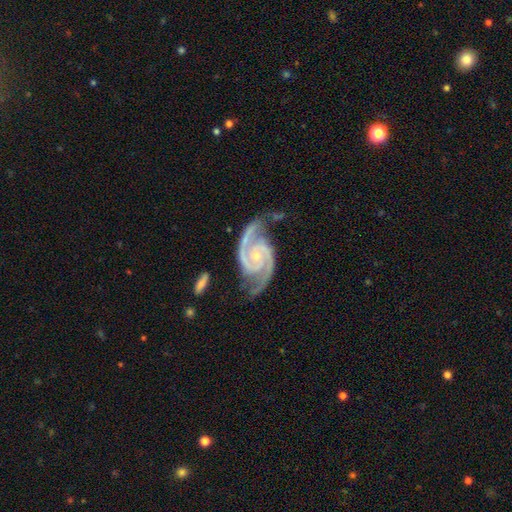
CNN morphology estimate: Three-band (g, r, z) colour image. It shows a featured or disk galaxy (94%) with no bar (65%), 2 (92%) medium (54%) spiral arms (99%) and a small central bulge (77%). Merging: none (69%).